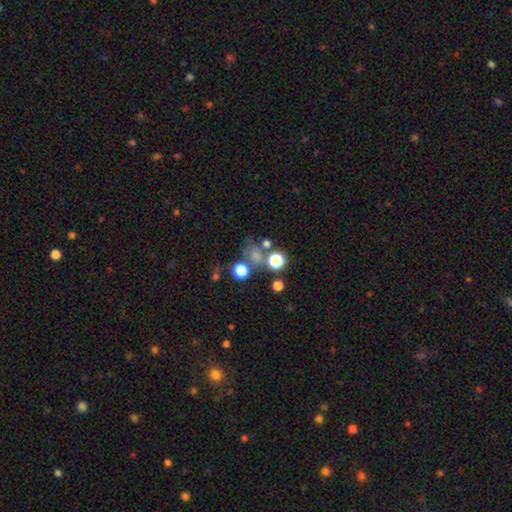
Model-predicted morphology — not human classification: Smooth or featured: smooth — 67% (star or artifact — 24%)
How rounded: round — 80% (in between — 19%)
Merging: none — 59% (merger — 21%)